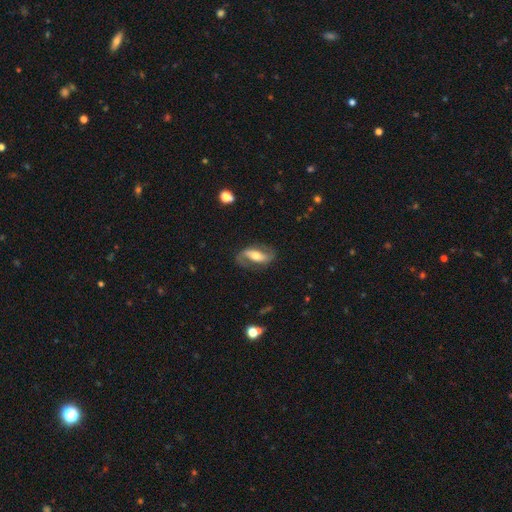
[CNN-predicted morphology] Smooth or featured? featured or disk (76%)
Edge-on disk? no (91%)
Bar? strong (46%)
Spiral arms? yes (89%)
Spiral winding? loose (49%)
Spiral arm count? 2 (90%)
Bulge size? moderate (65%)
Merging? none (76%)